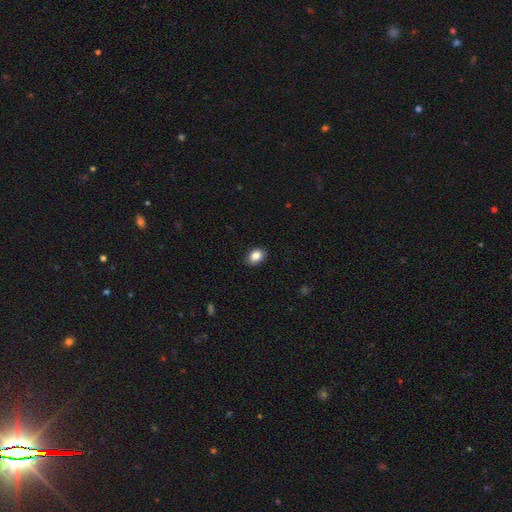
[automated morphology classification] A smooth galaxy with no disk features (86%) that is in between round and cigar-shaped (76%).

Vote fractions:
- Smooth or featured? smooth: 86% / star or artifact: 8% / featured or disk: 6%
- How rounded? in between: 76% / round: 23% / cigar-shaped: 1%
- Merging? none: 88% / minor disturbance: 9% / major disturbance: 2% / merger: 1%